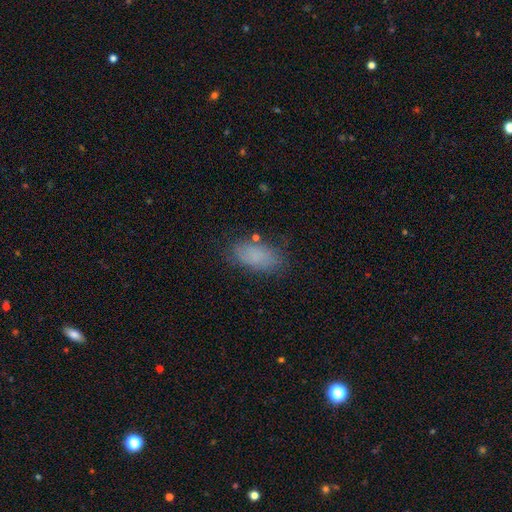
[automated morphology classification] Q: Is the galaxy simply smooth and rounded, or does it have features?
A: smooth — 76%.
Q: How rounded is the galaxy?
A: in between — 91%.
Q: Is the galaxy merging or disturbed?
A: none — 70%.